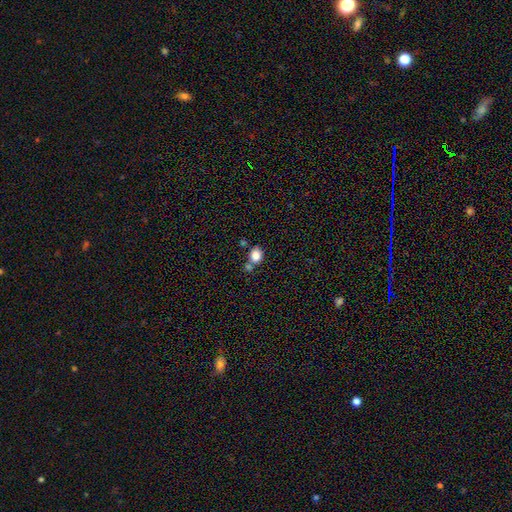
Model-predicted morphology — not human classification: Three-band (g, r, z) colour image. It shows a smooth galaxy with no disk features (85%) that is round (55%). Merging: none (61%).